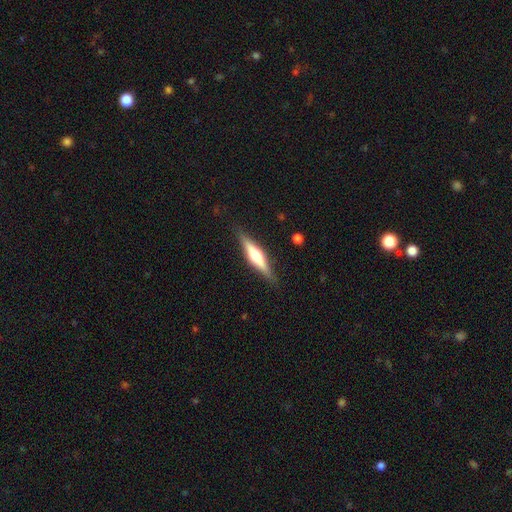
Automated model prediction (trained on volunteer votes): Smooth or featured? Predicted: featured or disk (p=0.63). Edge-on disk? Predicted: yes (p=0.97). Edge-on bulge? Predicted: rounded (p=0.83). Merging? Predicted: none (p=0.87).